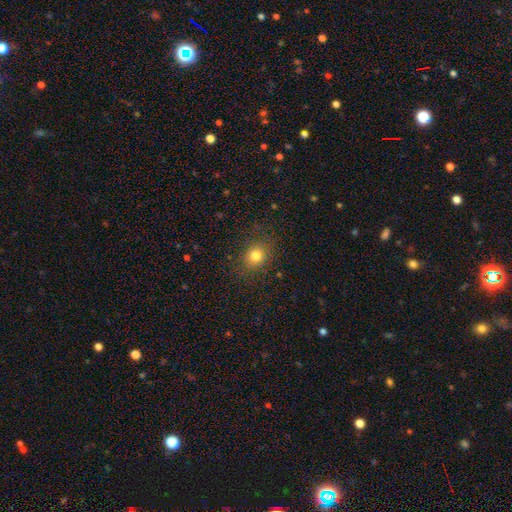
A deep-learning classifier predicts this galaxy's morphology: This appears to be a smooth galaxy with no disk features (78%) that is round (66%). Merging: none (85%).